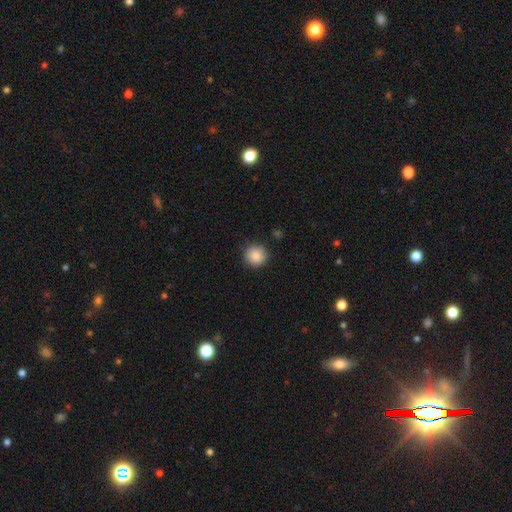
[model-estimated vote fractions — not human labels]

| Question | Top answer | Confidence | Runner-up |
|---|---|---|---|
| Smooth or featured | smooth | 88% | star or artifact (9%) |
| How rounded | round | 93% | in between (6%) |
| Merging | none | 88% | minor disturbance (8%) |